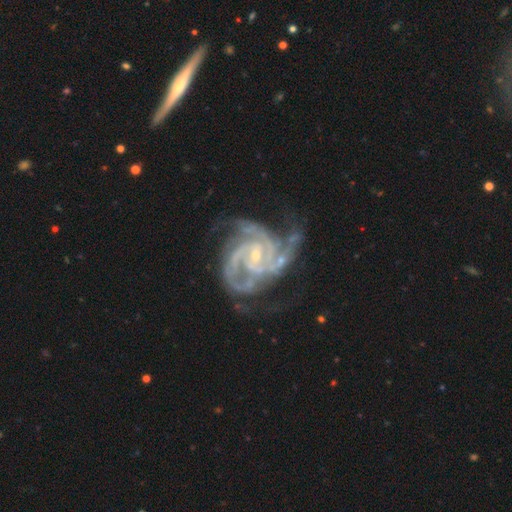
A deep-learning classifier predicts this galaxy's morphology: smooth-or-featured: featured or disk: 93% | star or artifact: 5% | smooth: 3%
  disk-edge-on: no: 98% | yes: 2%
    bar: no: 45% | weak: 40% | strong: 15%
    has-spiral-arms: yes: 99% | no: 1%
      spiral-winding: tight: 53% | medium: 42% | loose: 5%
      spiral-arm-count: 3: 44% | 2: 22% | 4: 14% | can't tell: 9% | more than 4: 6% | 1: 5%
    bulge-size: small: 73% | moderate: 22% | none: 3% | large: 1% | dominant: 1%
  merging: none: 54% | minor disturbance: 24% | major disturbance: 19% | merger: 3%